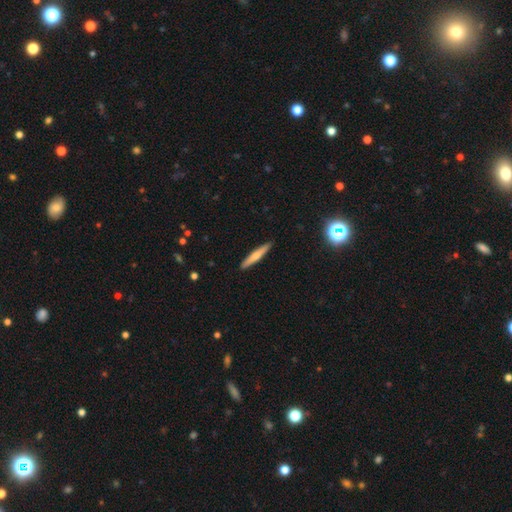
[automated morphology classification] This appears to be a smooth galaxy with no disk features (54%) that is cigar-shaped (93%). Merging: none (91%).